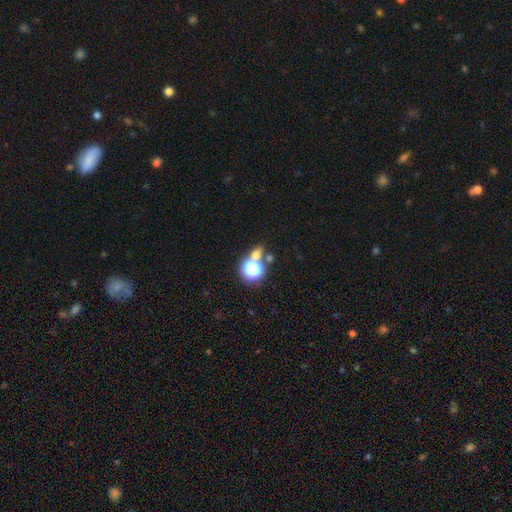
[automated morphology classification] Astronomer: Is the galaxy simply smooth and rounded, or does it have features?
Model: smooth — 55% (runner-up: star or artifact, 35%).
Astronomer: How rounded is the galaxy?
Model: round — 66%.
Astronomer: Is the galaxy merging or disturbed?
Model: none — 59%.